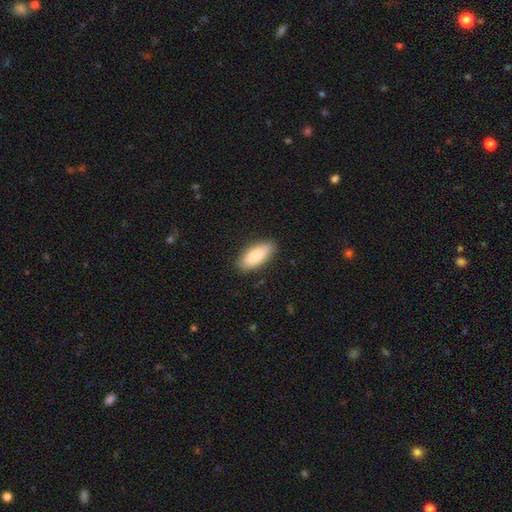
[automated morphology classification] A smooth galaxy with no disk features (84%) that is in between round and cigar-shaped (83%). Merging: none (87%).